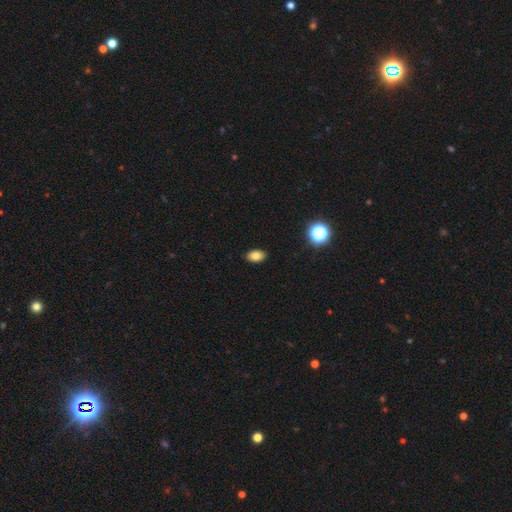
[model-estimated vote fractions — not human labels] Morphology: type=smooth (81%); roundness=in between (87%); merging=none (90%).